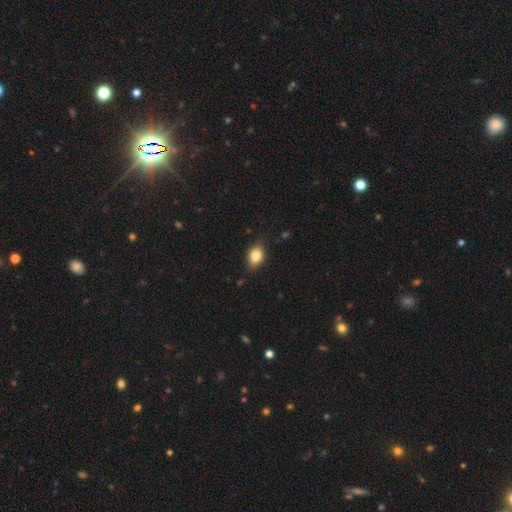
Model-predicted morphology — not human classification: Smooth or featured?
  - smooth: 81% *
  - featured or disk: 11%
  - star or artifact: 9%
How rounded?
  - in between: 73% *
  - round: 25%
  - cigar-shaped: 2%
Merging?
  - none: 77% *
  - minor disturbance: 19%
  - major disturbance: 3%
  - merger: 1%